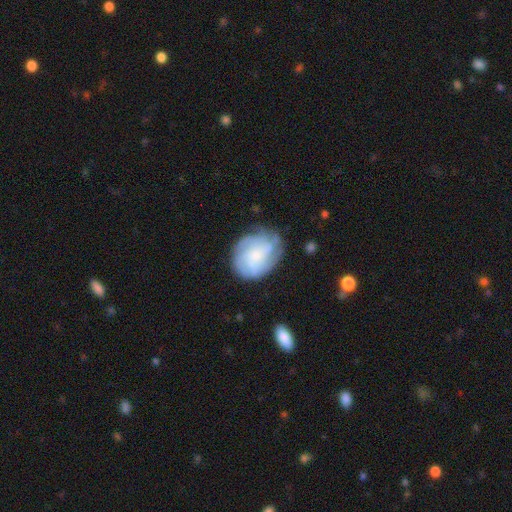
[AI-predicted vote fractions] Smooth or featured? featured or disk (63%)
Edge-on disk? no (98%)
Bar? no (75%)
Spiral arms? yes (84%)
Spiral winding? tight (55%)
Spiral arm count? can't tell (46%)
Bulge size? small (59%)
Merging? none (67%)